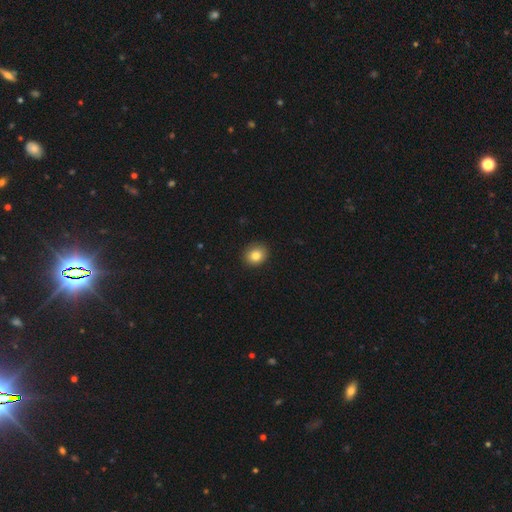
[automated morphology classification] Smooth or featured? smooth (83%)
How rounded? round (74%)
Merging? none (90%)